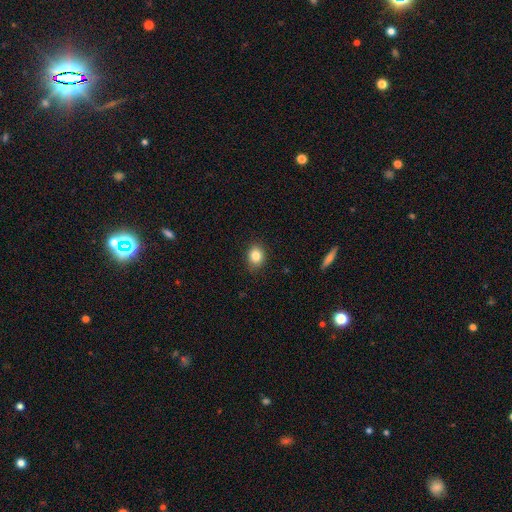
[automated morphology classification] smooth 84%, star or artifact 10%, featured or disk 6%. Down the decision tree: how rounded — round (51%); merging — none (85%).